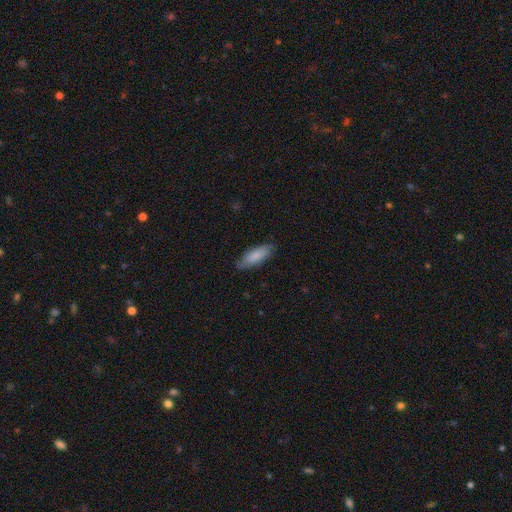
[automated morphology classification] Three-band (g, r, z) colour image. It shows a smooth galaxy with no disk features (81%) that is in between round and cigar-shaped (61%). Merging: none (81%).